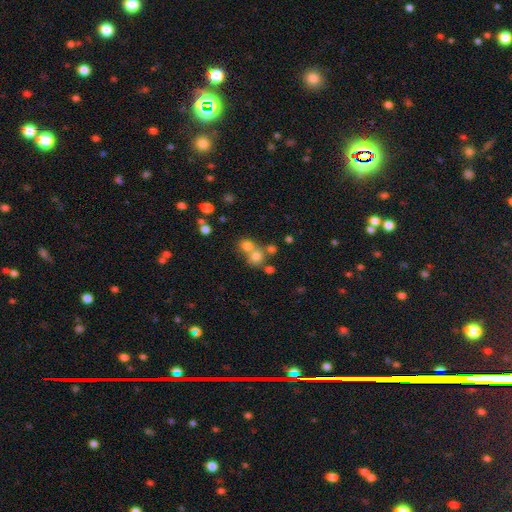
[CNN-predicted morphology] The model was most divided on "merging": none: 46%, merger: 45%, minor disturbance: 6%, major disturbance: 3%. More confident: how rounded — round (84%); smooth or featured — smooth (71%).